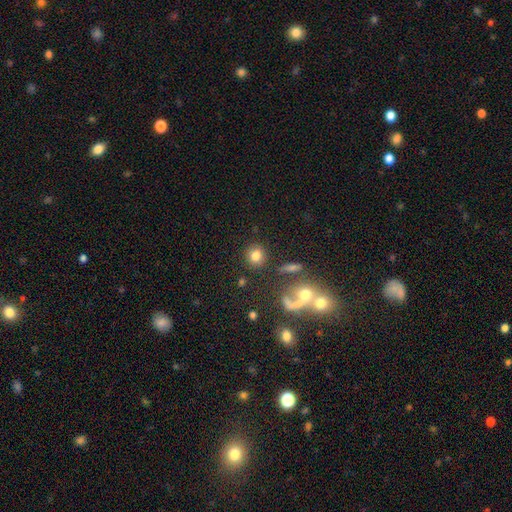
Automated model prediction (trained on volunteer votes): The model was most divided on "smooth or featured": smooth: 79%, star or artifact: 11%, featured or disk: 10%. More confident: how rounded — round (86%); merging — none (82%).